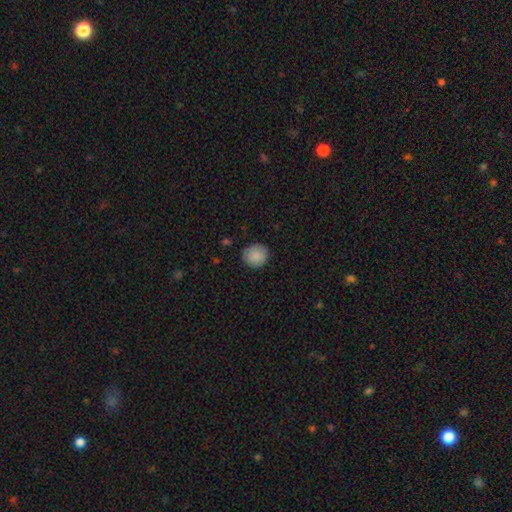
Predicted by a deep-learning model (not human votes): Morphology: type=smooth (89%); roundness=round (89%); merging=none (88%).